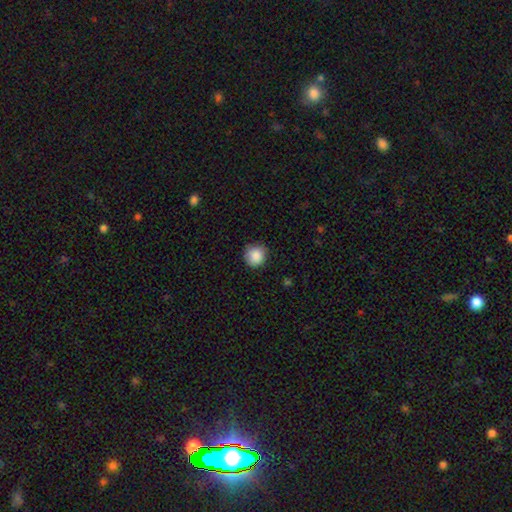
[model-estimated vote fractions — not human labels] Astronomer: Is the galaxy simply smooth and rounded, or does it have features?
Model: smooth — 87%.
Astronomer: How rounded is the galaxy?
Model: round — 90%.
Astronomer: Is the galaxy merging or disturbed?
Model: none — 78%.